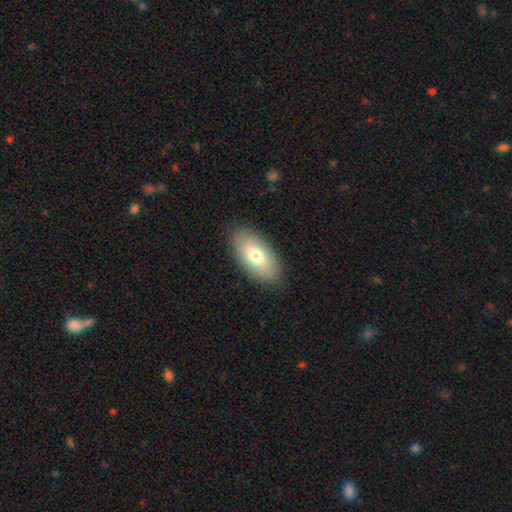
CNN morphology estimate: Smooth or featured: smooth — 75% (featured or disk — 18%)
How rounded: in between — 93% (cigar-shaped — 4%)
Merging: none — 87% (minor disturbance — 9%)